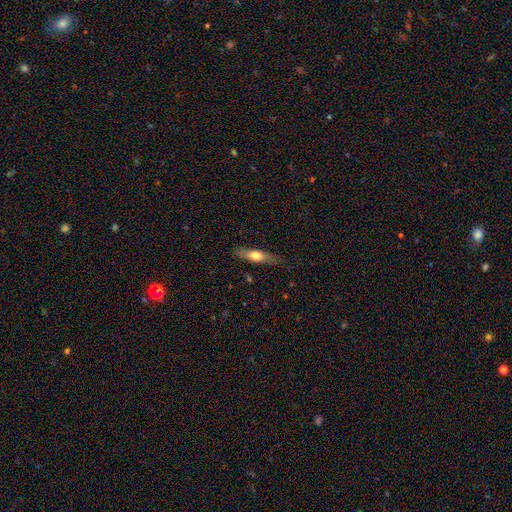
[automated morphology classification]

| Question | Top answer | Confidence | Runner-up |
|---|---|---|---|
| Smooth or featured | smooth | 60% | featured or disk (34%) |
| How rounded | cigar-shaped | 66% | in between (32%) |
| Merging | none | 80% | minor disturbance (16%) |